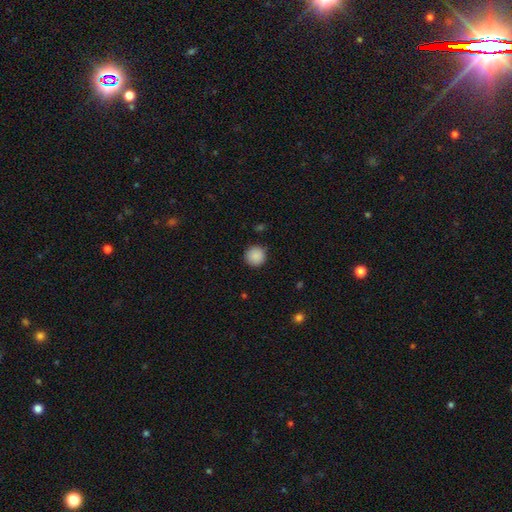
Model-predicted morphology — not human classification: This is clearly a smooth galaxy (89%). How rounded: clearly round (95%). Merging: clearly none (91%).